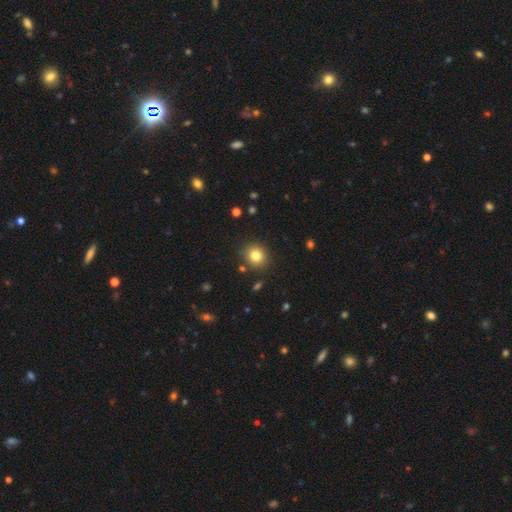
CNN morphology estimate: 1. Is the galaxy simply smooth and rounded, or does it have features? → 81% smooth, 12% star or artifact, 8% featured or disk.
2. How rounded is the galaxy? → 82% round, 17% in between, 1% cigar-shaped.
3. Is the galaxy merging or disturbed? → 87% none, 8% minor disturbance, 2% major disturbance, 2% merger.